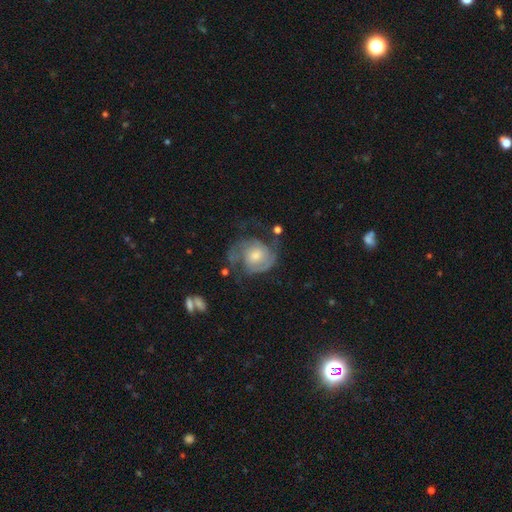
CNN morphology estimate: smooth_or_featured: featured or disk (p=0.82) [alt: smooth p=0.12]
disk_edge_on: no (p=0.98) [alt: yes p=0.02]
bar: no (p=0.69) [alt: weak p=0.27]
has_spiral_arms: yes (p=0.94) [alt: no p=0.06]
spiral_winding: tight (p=0.46) [alt: medium p=0.40]
spiral_arm_count: 2 (p=0.65) [alt: can't tell p=0.14]
bulge_size: moderate (p=0.53) [alt: small p=0.33]
merging: none (p=0.54) [alt: major disturbance p=0.22]